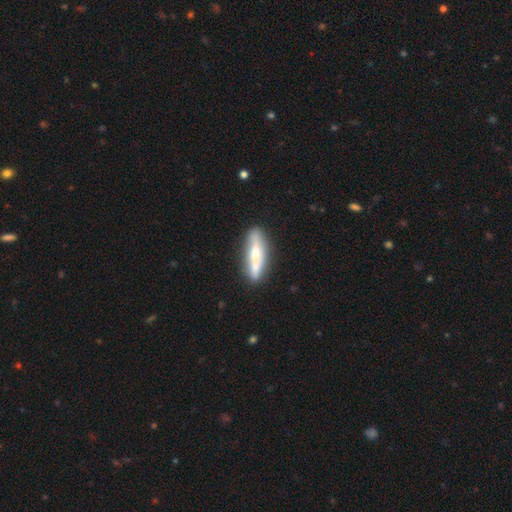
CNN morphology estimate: This appears to be a featured or disk galaxy (52%) viewed edge-on (76%). Merging: none (78%).